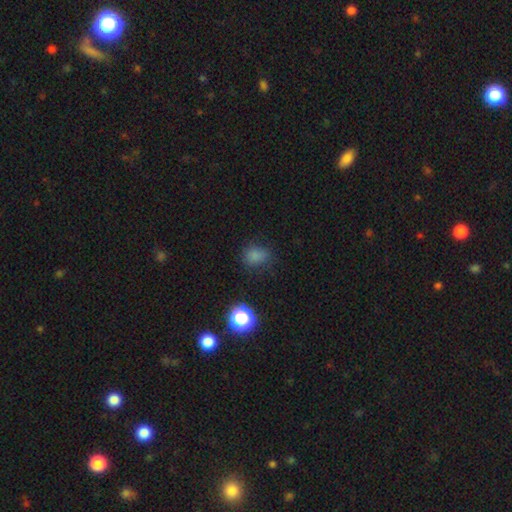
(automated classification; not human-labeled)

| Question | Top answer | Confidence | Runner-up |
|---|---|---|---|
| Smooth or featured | smooth | 76% | star or artifact (19%) |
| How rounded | round | 51% | in between (48%) |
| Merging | none | 70% | minor disturbance (20%) |